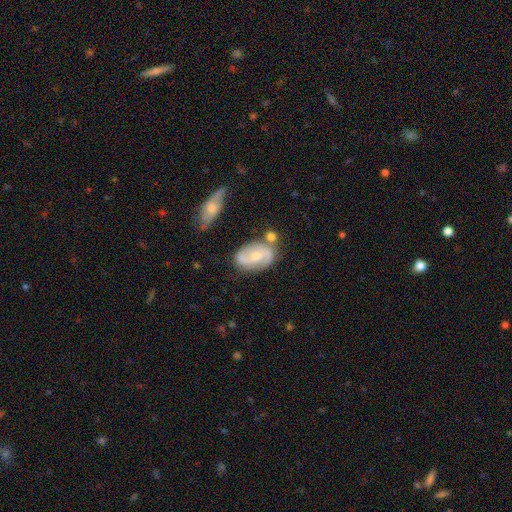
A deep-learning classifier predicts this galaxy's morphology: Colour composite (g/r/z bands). It shows a featured or disk galaxy (72%) with no bar (48%), 2 (88%) medium (48%) spiral arms (91%) and a small central bulge (49%). Merging: none (68%).